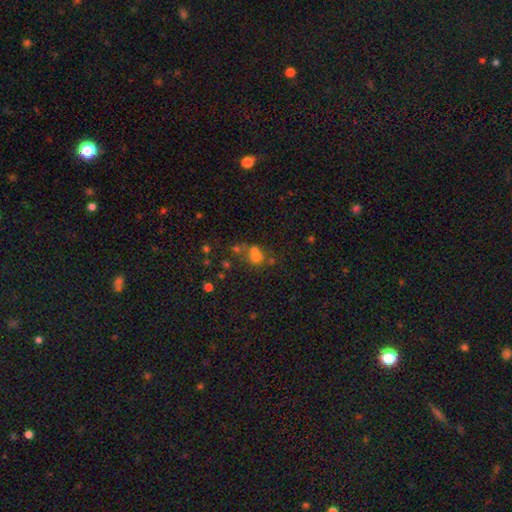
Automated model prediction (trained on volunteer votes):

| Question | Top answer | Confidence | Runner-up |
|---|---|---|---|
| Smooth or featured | smooth | 58% | star or artifact (23%) |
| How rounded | round | 63% | in between (36%) |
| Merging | merger | 49% | none (34%) |